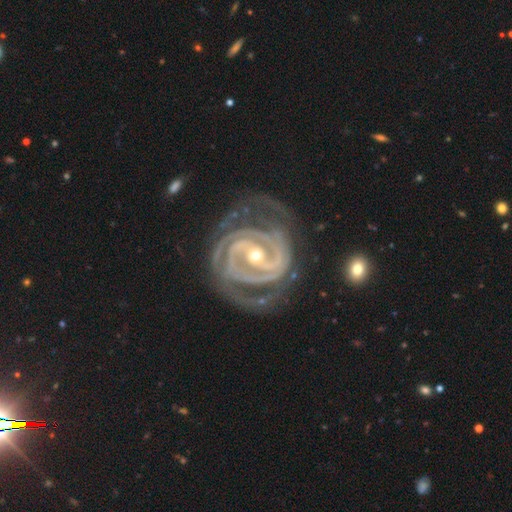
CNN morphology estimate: A featured or disk galaxy (93%) with a strong bar (41%), 2 (41%) tight (74%) spiral arms (98%) and a small central bulge (52%). Merging: none (66%).